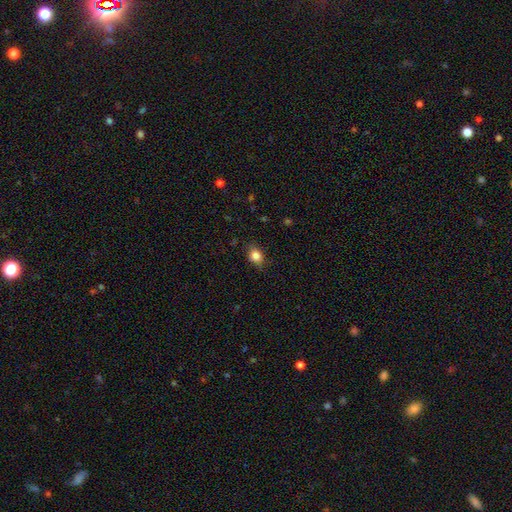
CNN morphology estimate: smooth 83%, star or artifact 10%, featured or disk 6%. Down the decision tree: how rounded — in between (52%); merging — none (80%).